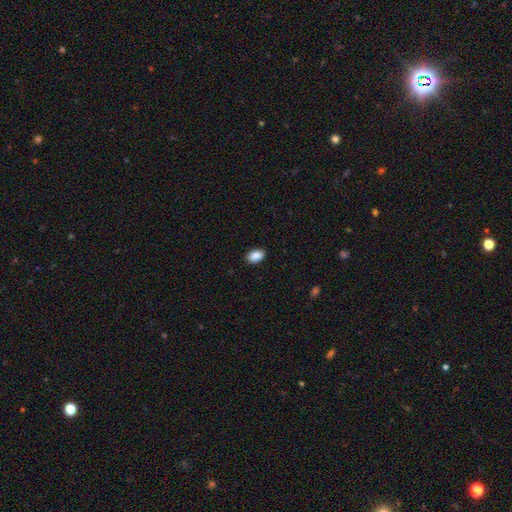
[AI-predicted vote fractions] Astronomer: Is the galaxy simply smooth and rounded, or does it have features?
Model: smooth — 90%.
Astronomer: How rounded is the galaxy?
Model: in between — 89%.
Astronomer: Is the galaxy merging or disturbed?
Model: none — 89%.